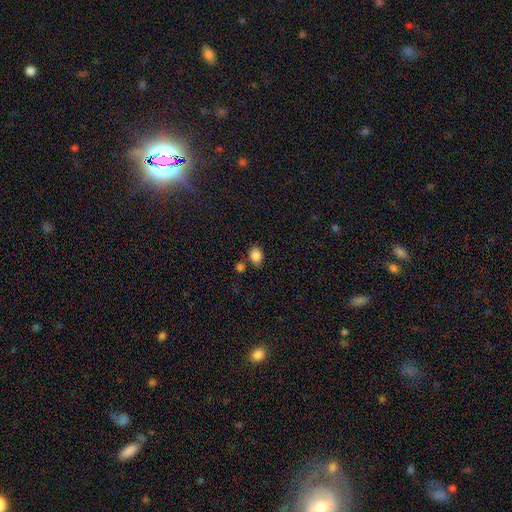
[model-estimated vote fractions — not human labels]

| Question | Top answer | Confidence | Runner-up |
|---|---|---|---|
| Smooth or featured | smooth | 86% | star or artifact (10%) |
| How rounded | in between | 53% | round (46%) |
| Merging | none | 70% | minor disturbance (14%) |